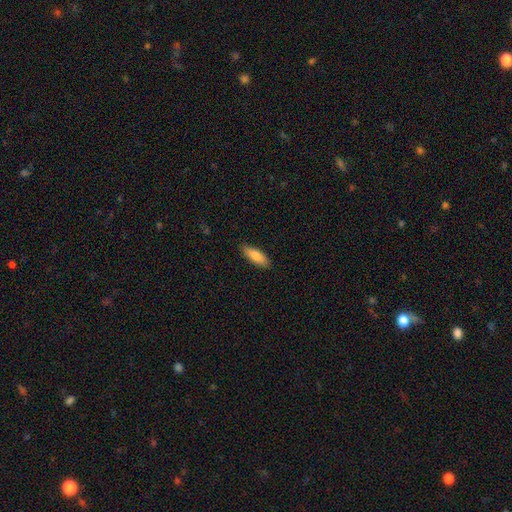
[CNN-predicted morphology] This appears to be a smooth galaxy with no disk features (84%) that is in between round and cigar-shaped (61%). Merging: none (86%).